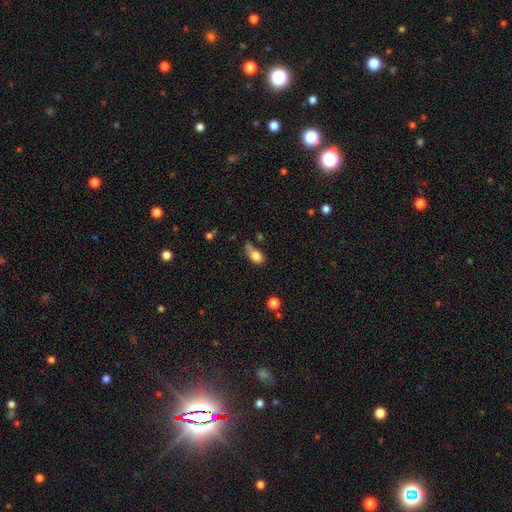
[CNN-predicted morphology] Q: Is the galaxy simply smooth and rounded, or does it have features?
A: smooth — 81%.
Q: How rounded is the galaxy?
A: in between — 82%.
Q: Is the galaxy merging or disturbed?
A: none — 37%.